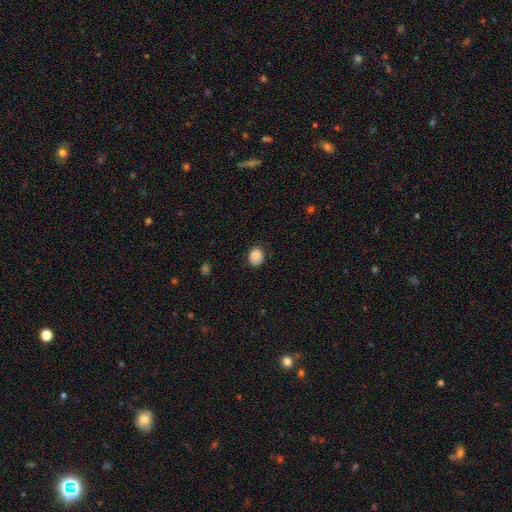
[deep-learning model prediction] A smooth galaxy with no disk features (87%) that is round (68%).

Vote fractions:
- Smooth or featured? smooth: 87% / star or artifact: 9% / featured or disk: 4%
- How rounded? round: 68% / in between: 31% / cigar-shaped: 1%
- Merging? none: 80% / minor disturbance: 15% / major disturbance: 3% / merger: 1%